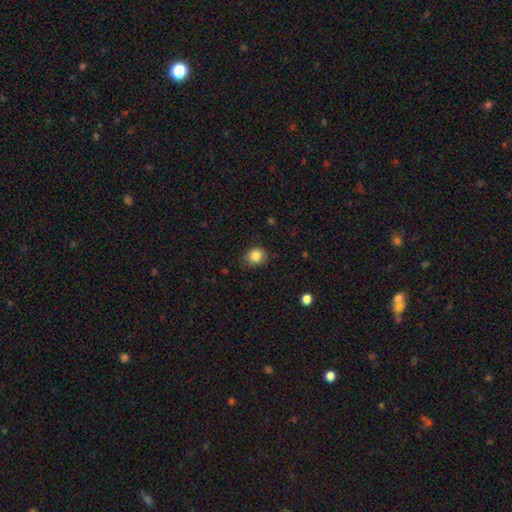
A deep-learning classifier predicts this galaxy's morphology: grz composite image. It shows a smooth galaxy with no disk features (85%) that is round (73%). Merging: none (79%).